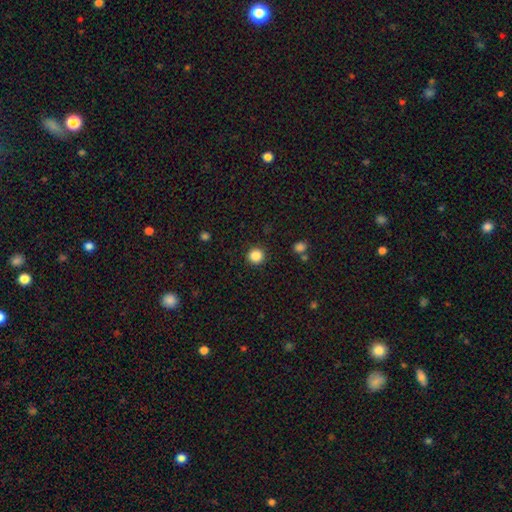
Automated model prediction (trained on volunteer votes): smooth-or-featured: smooth: 86% | star or artifact: 10% | featured or disk: 3%
  how-rounded: round: 93% | in between: 7% | cigar-shaped: 1%
  merging: none: 91% | minor disturbance: 6% | major disturbance: 2% | merger: 1%